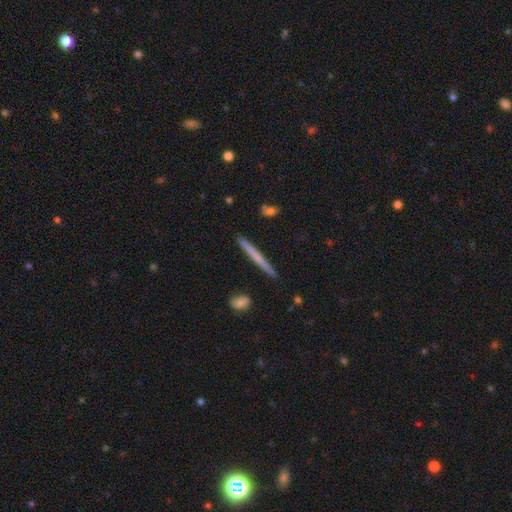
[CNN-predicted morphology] Smooth or featured?
  - smooth: 50% *
  - featured or disk: 44%
  - star or artifact: 6%
How rounded?
  - cigar-shaped: 96% *
  - in between: 2%
  - round: 2%
Merging?
  - none: 92% *
  - minor disturbance: 6%
  - merger: 1%
  - major disturbance: 1%